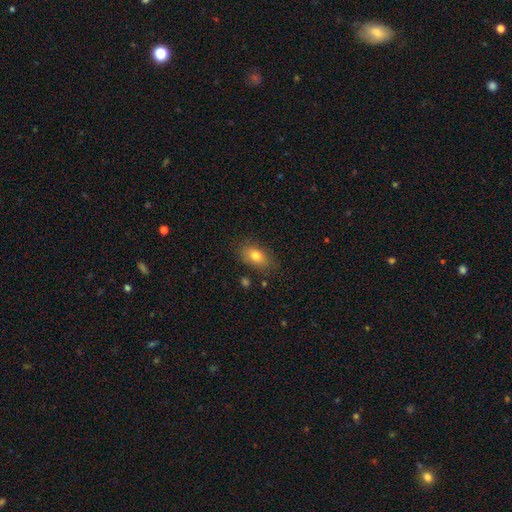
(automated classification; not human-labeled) Smooth or featured? Predicted: smooth (p=0.79). How rounded? Predicted: in between (p=0.85). Merging? Predicted: none (p=0.79).